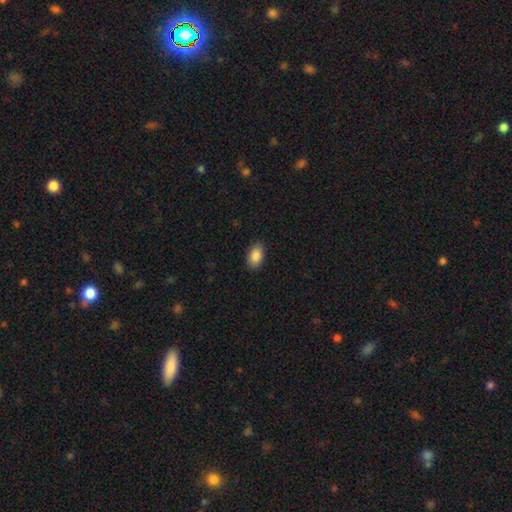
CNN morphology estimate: A smooth galaxy with no disk features (88%) that is in between round and cigar-shaped (90%).

Vote fractions:
- Smooth or featured? smooth: 88% / star or artifact: 7% / featured or disk: 5%
- How rounded? in between: 90% / round: 8% / cigar-shaped: 1%
- Merging? none: 89% / minor disturbance: 8% / major disturbance: 2% / merger: 1%